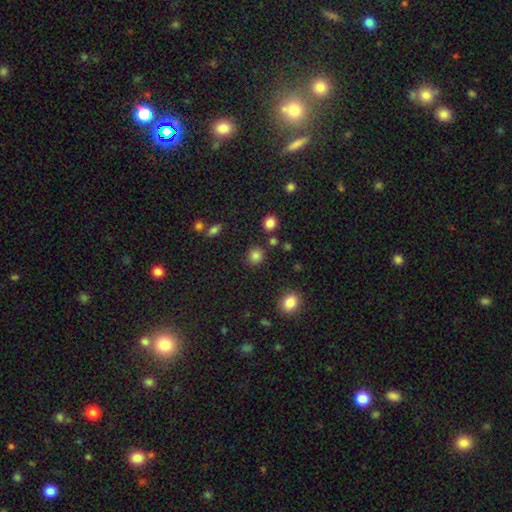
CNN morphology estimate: Smooth or featured?
  - smooth: 83% *
  - star or artifact: 13%
  - featured or disk: 5%
How rounded?
  - round: 85% *
  - in between: 14%
  - cigar-shaped: 1%
Merging?
  - none: 85% *
  - minor disturbance: 8%
  - merger: 5%
  - major disturbance: 3%